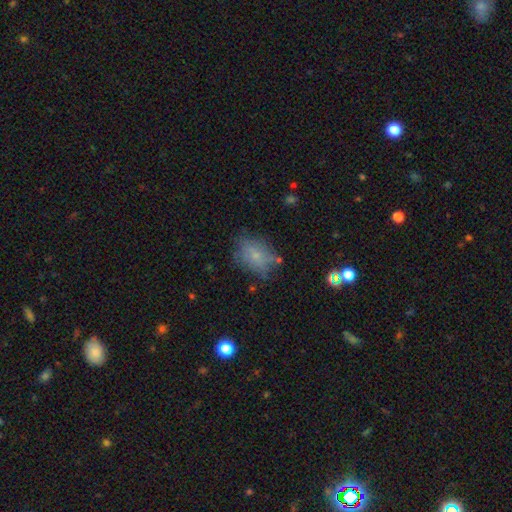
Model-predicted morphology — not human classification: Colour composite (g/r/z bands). It shows a smooth galaxy with no disk features (64%) that is in between round and cigar-shaped (75%). Merging: none (61%).